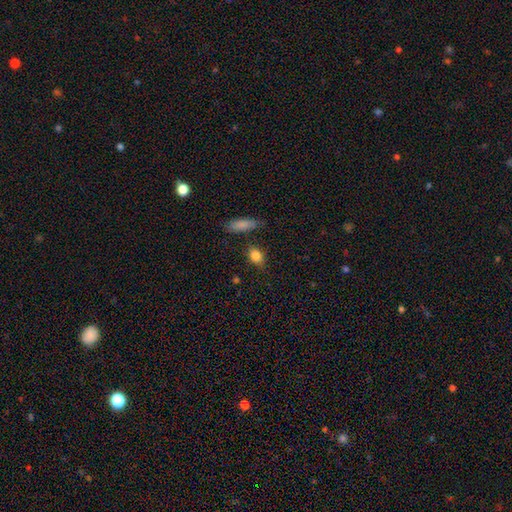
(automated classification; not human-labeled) Smooth or featured? Predicted: smooth (p=0.85). How rounded? Predicted: in between (p=0.67). Merging? Predicted: none (p=0.77).